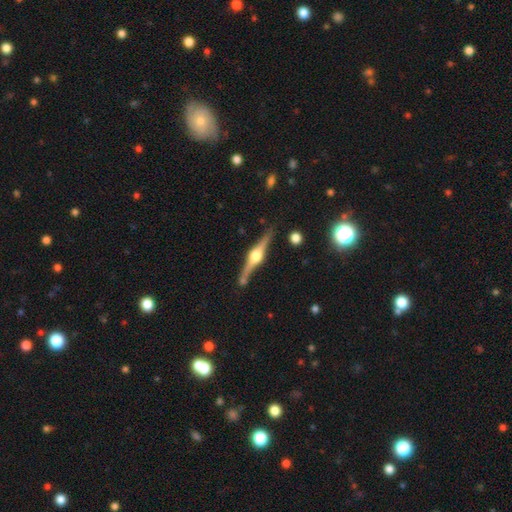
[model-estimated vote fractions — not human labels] A featured or disk galaxy (85%) viewed edge-on (98%) with a rounded central bulge (95%).

Vote fractions:
- Smooth or featured? featured or disk: 85% / smooth: 10% / star or artifact: 5%
- Edge-on disk? yes: 98% / no: 2%
- Edge-on bulge? rounded: 95% / boxy: 4% / none: 1%
- Merging? none: 83% / minor disturbance: 10% / merger: 5% / major disturbance: 2%